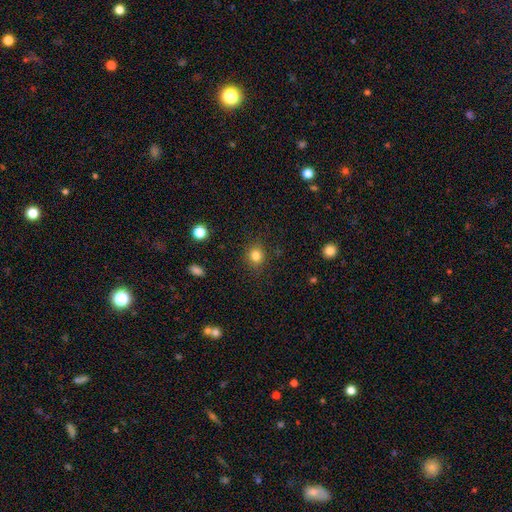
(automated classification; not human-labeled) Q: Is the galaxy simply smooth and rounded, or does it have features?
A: smooth — 83%.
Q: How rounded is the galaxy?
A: round — 77%.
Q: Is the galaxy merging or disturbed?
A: none — 86%.